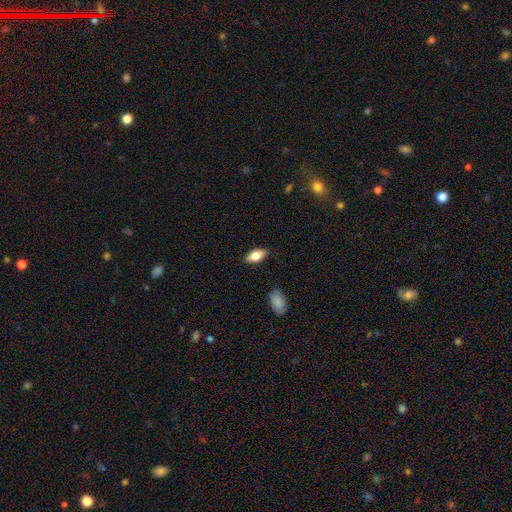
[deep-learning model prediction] Smooth or featured: smooth — 75% (featured or disk — 19%)
How rounded: in between — 87% (cigar-shaped — 10%)
Merging: none — 86% (minor disturbance — 10%)